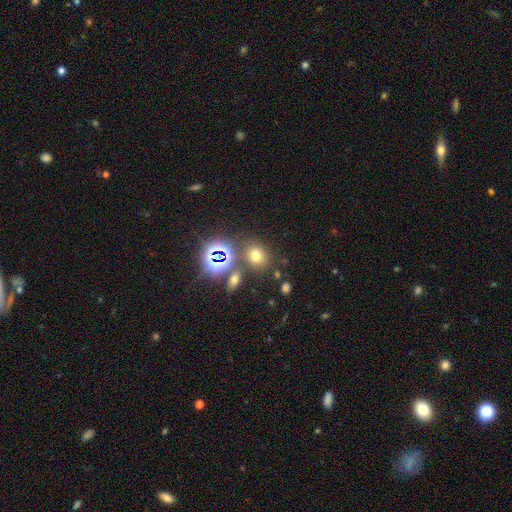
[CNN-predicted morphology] Overall: smooth (61%; star or artifact 29%). How rounded: round (61%; in between 37%). Merging: none (74%).